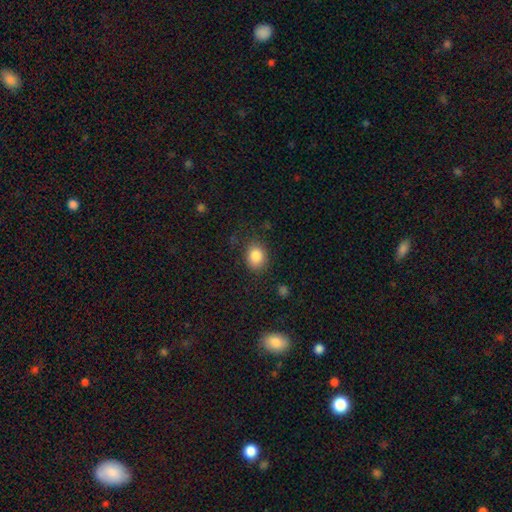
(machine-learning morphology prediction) This is clearly a smooth galaxy (84%). How rounded: possibly round (53%). Merging: clearly none (80%).